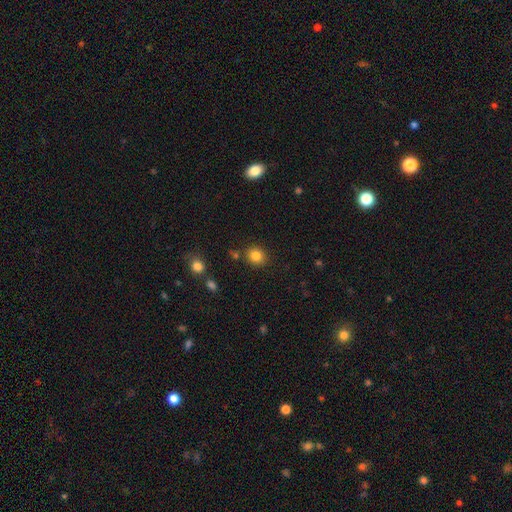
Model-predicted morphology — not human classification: The model was most divided on "how rounded": round: 77%, in between: 22%, cigar-shaped: 1%. More confident: smooth or featured — smooth (83%); merging — none (82%).